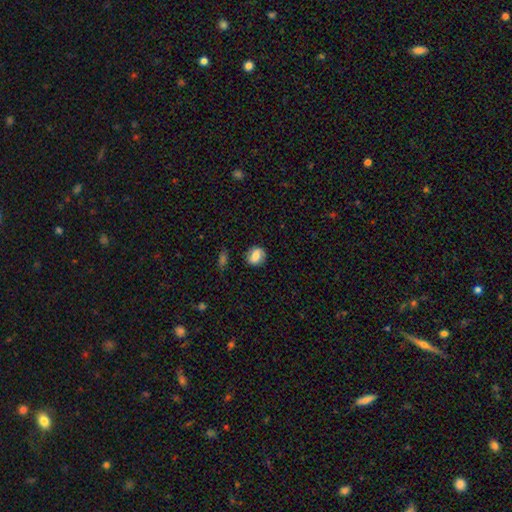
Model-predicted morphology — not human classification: This appears to be a smooth galaxy with no disk features (68%) that is round (61%). Merging: none (79%).